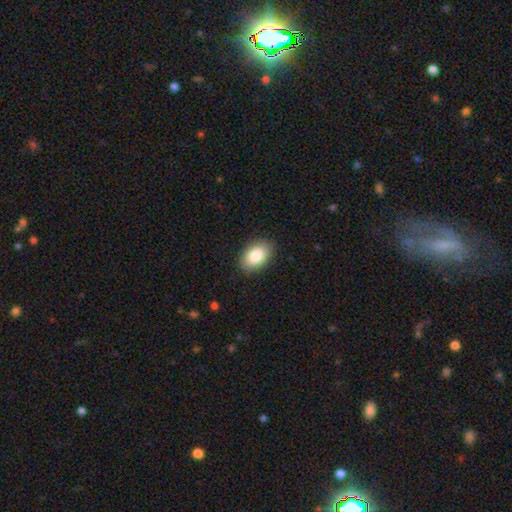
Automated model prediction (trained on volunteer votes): smooth-or-featured: smooth: 87% | star or artifact: 7% | featured or disk: 6%
  how-rounded: in between: 91% | round: 8% | cigar-shaped: 1%
  merging: none: 88% | minor disturbance: 9% | major disturbance: 2% | merger: 1%